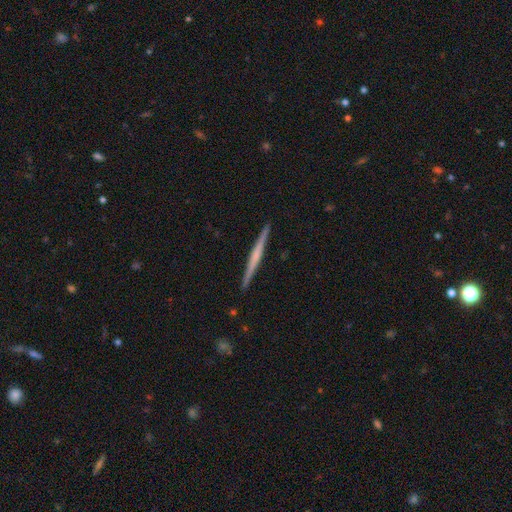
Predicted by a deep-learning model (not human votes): Q: Smooth or featured?
A: featured or disk (63%); runner-up: smooth (32%)
Q: Edge-on disk?
A: yes (98%); runner-up: no (2%)
Q: Edge-on bulge?
A: none (56%); runner-up: rounded (31%)
Q: Merging?
A: none (92%); runner-up: minor disturbance (5%)